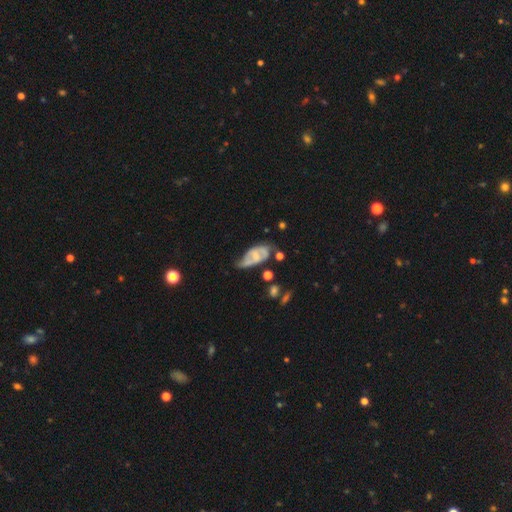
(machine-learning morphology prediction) smooth_or_featured: featured or disk (p=0.62) [alt: smooth p=0.32]
disk_edge_on: no (p=0.92) [alt: yes p=0.08]
bar: no (p=0.49) [alt: weak p=0.39]
has_spiral_arms: yes (p=0.70) [alt: no p=0.30]
bulge_size: small (p=0.49) [alt: moderate p=0.32]
merging: none (p=0.37) [alt: minor disturbance p=0.36]